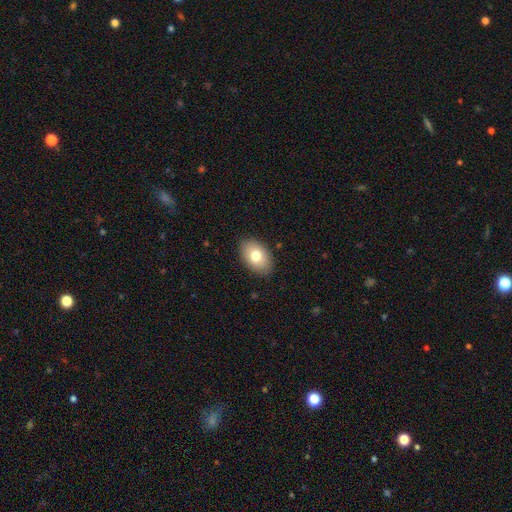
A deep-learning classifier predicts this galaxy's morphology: smooth_or_featured: smooth (p=0.76) [alt: featured or disk p=0.16]
how_rounded: in between (p=0.88) [alt: round p=0.11]
merging: none (p=0.87) [alt: minor disturbance p=0.10]